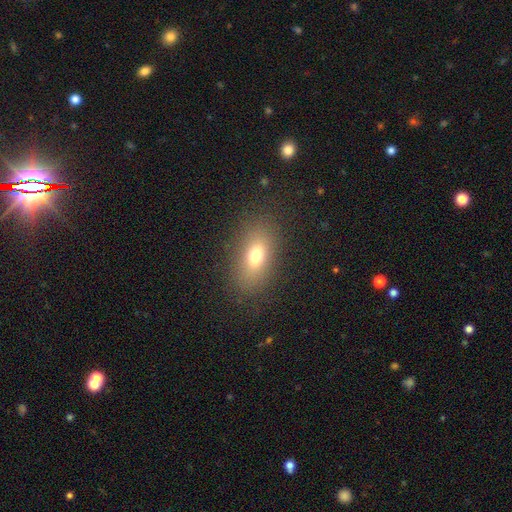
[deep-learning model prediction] smooth-or-featured: smooth: 72% | featured or disk: 15% | star or artifact: 12%
  how-rounded: in between: 82% | round: 11% | cigar-shaped: 7%
  merging: none: 84% | minor disturbance: 10% | major disturbance: 5% | merger: 1%